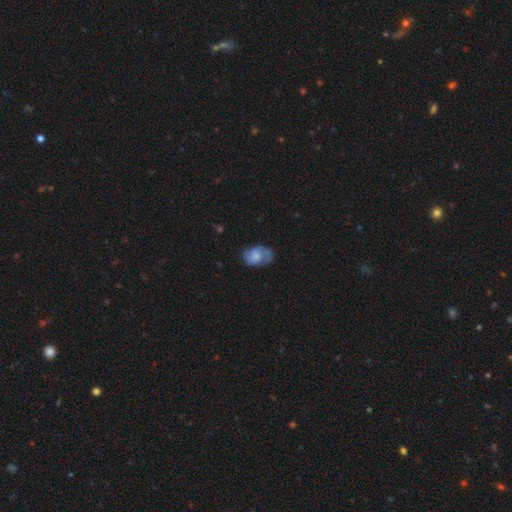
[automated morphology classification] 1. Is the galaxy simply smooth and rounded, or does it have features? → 53% smooth, 39% featured or disk, 8% star or artifact.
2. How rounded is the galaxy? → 81% in between, 17% round, 1% cigar-shaped.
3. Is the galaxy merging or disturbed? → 52% none, 30% minor disturbance, 16% major disturbance, 2% merger.